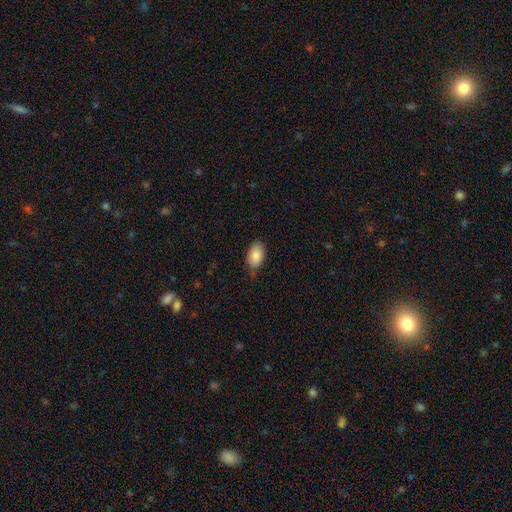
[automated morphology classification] This appears to be a smooth galaxy with no disk features (87%) that is in between round and cigar-shaped (91%). Merging: none (71%).